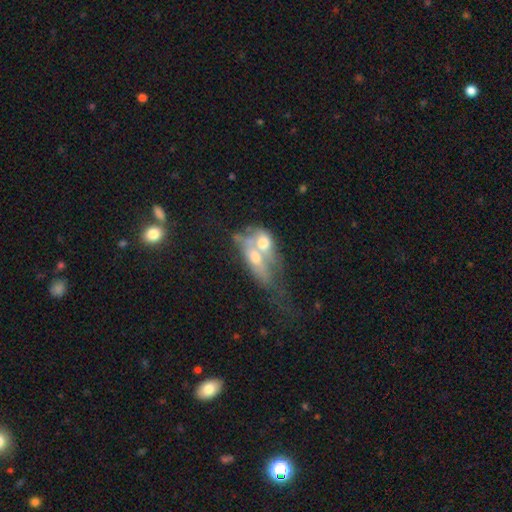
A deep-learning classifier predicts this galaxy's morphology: This appears to be a featured or disk galaxy (50%). Merging: merger (67%).